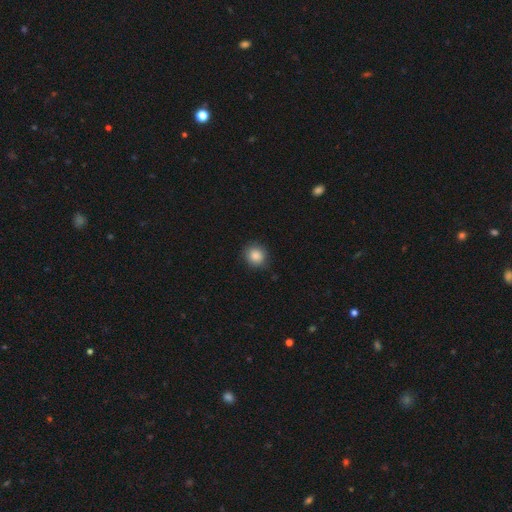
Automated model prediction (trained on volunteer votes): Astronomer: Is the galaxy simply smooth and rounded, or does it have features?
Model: smooth — 87%.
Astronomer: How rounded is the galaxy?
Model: round — 86%.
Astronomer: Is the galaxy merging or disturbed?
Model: none — 84%.